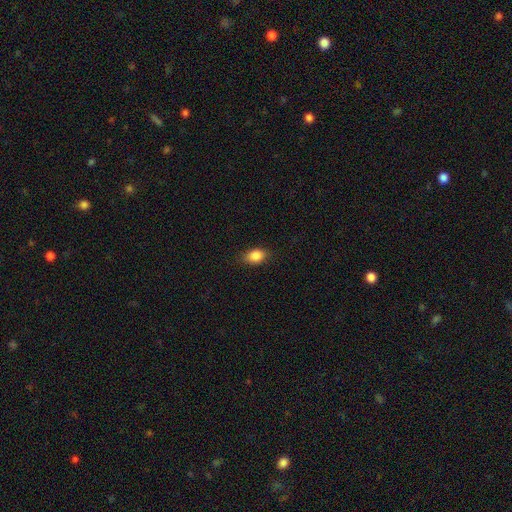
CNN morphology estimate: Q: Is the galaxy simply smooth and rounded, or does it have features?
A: smooth — 87%.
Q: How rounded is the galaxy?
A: in between — 78%.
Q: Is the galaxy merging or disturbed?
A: none — 83%.